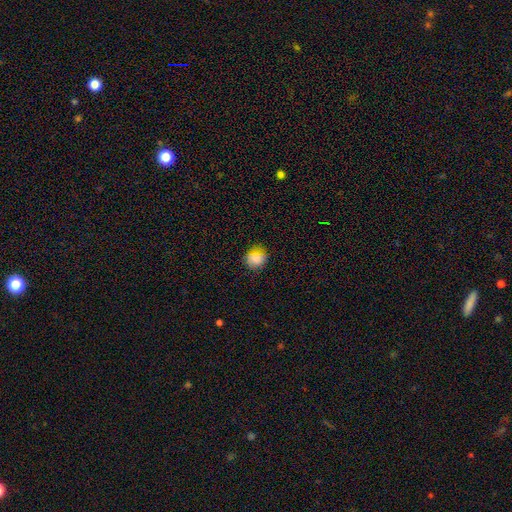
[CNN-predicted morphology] Smooth or featured: smooth — 77% (star or artifact — 16%)
How rounded: round — 75% (in between — 24%)
Merging: none — 83% (minor disturbance — 13%)